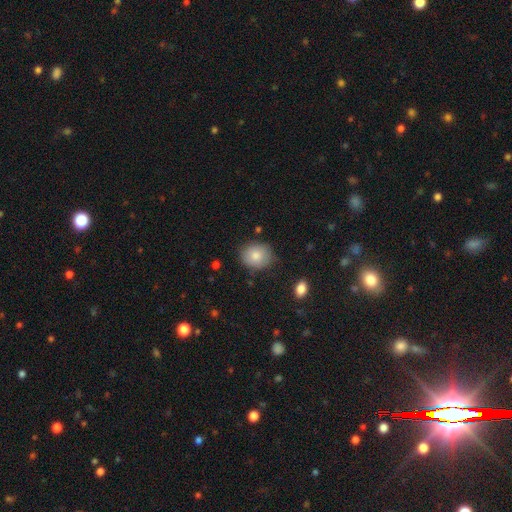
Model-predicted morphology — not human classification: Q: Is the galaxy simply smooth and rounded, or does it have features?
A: smooth — 82%.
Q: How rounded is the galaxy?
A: round — 65%.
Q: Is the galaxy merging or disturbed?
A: none — 79%.